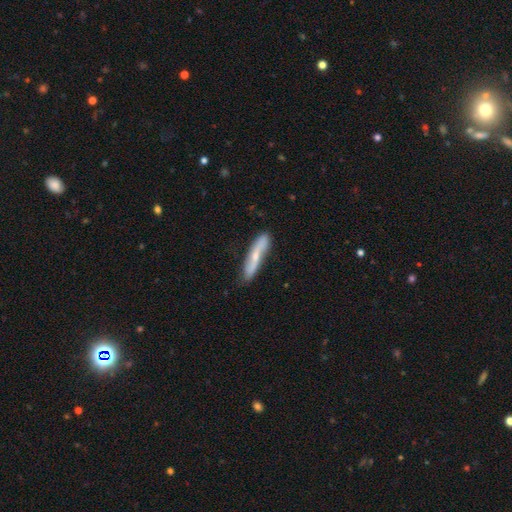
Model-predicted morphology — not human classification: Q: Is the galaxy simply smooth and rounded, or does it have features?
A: featured or disk — 53%.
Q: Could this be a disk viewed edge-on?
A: yes — 55%.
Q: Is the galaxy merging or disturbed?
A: none — 78%.